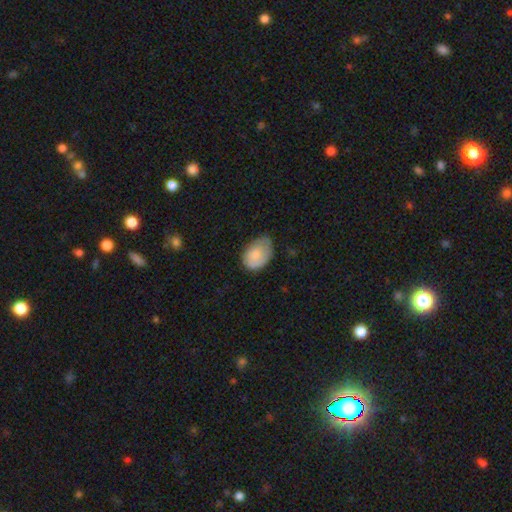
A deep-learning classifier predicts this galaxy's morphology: Smooth or featured? smooth (78%)
How rounded? in between (85%)
Merging? none (48%)